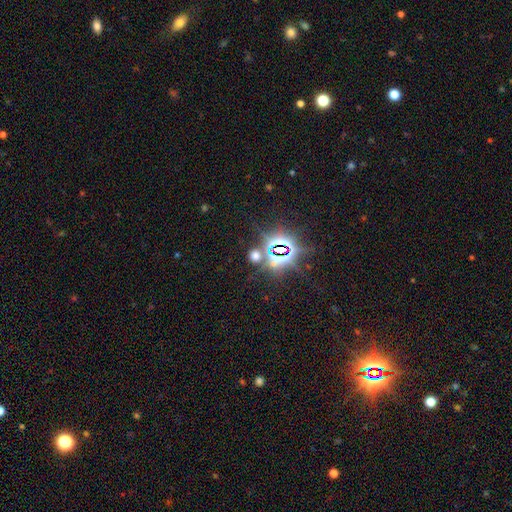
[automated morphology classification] Smooth or featured? star or artifact (57%)